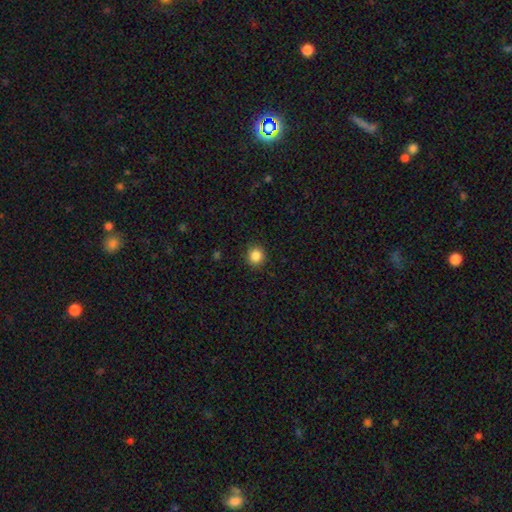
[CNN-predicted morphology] smooth-or-featured: smooth: 86% | star or artifact: 10% | featured or disk: 3%
  how-rounded: round: 92% | in between: 7% | cigar-shaped: 1%
  merging: none: 91% | minor disturbance: 6% | major disturbance: 2% | merger: 1%